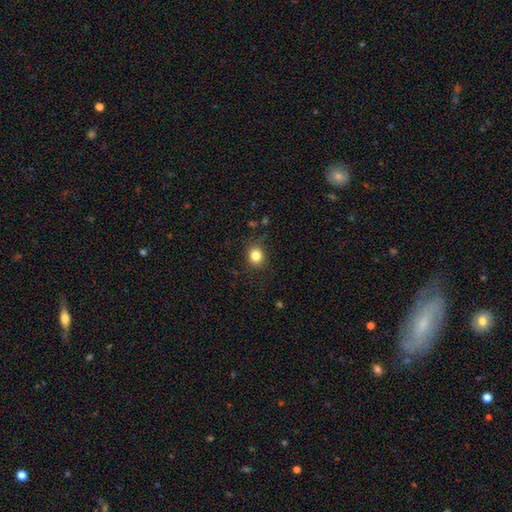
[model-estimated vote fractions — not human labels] smooth 83%, star or artifact 11%, featured or disk 5%. Down the decision tree: how rounded — round (76%); merging — none (85%).